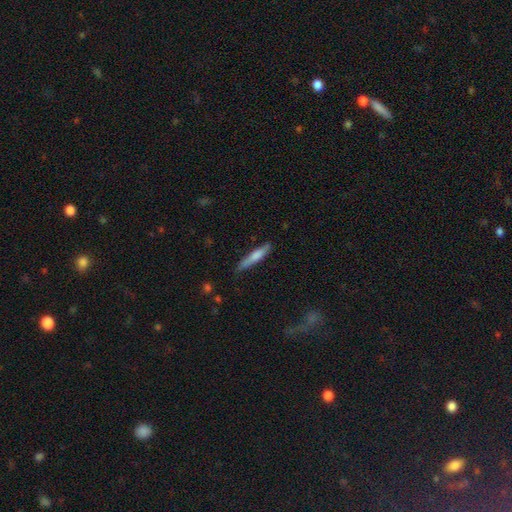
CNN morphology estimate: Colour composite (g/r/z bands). It shows a smooth galaxy with no disk features (68%) that is cigar-shaped (90%). Merging: none (78%).